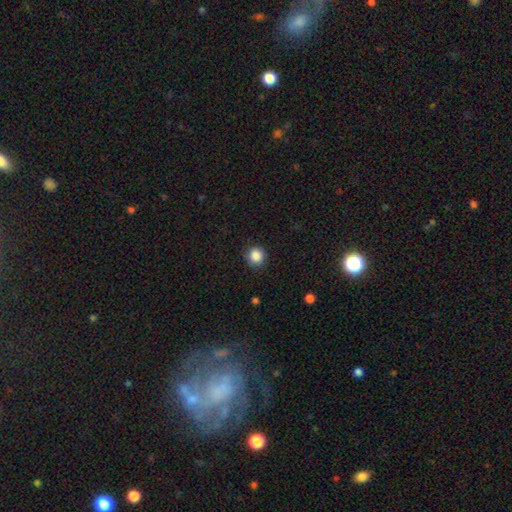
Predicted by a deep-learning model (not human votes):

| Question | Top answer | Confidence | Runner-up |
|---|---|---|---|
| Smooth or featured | smooth | 87% | star or artifact (10%) |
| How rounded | round | 93% | in between (6%) |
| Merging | none | 88% | minor disturbance (8%) |